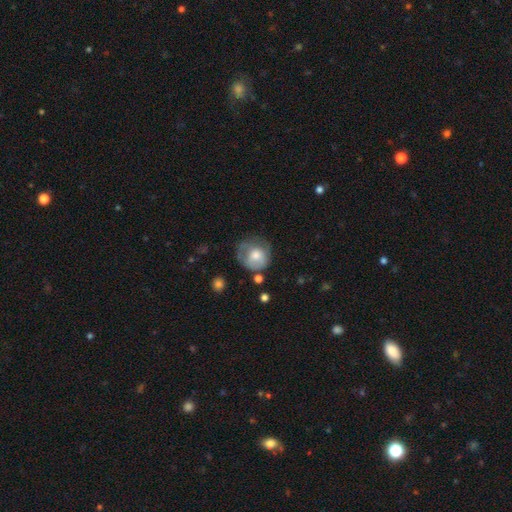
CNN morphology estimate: Smooth or featured?
  - smooth: 61% *
  - featured or disk: 31%
  - star or artifact: 8%
How rounded?
  - round: 82% *
  - in between: 17%
  - cigar-shaped: 1%
Merging?
  - none: 46% *
  - minor disturbance: 29%
  - major disturbance: 21%
  - merger: 4%